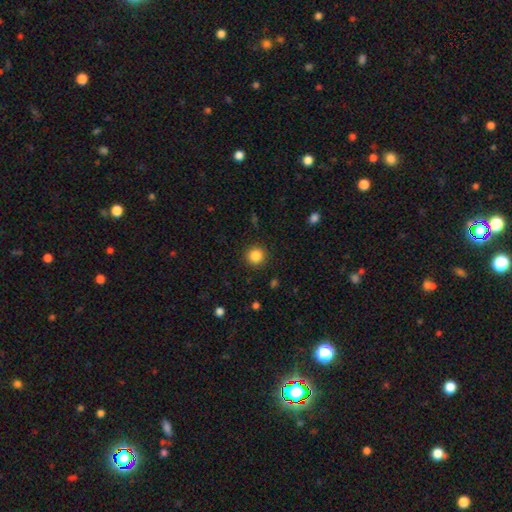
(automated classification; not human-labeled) smooth_or_featured: smooth (p=0.85) [alt: star or artifact p=0.10]
how_rounded: round (p=0.94) [alt: in between p=0.05]
merging: none (p=0.91) [alt: minor disturbance p=0.06]